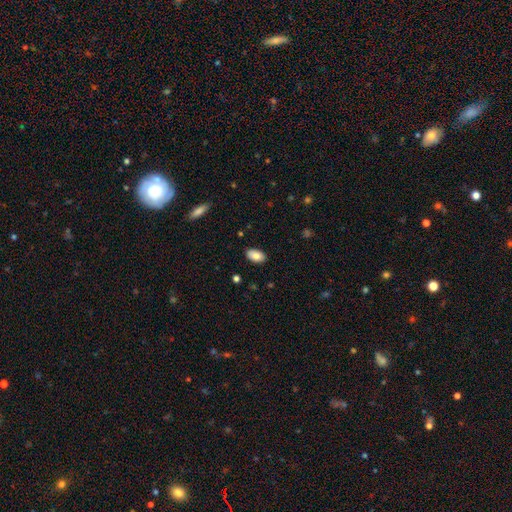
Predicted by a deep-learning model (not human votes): smooth_or_featured: smooth (p=0.84) [alt: featured or disk p=0.09]
how_rounded: in between (p=0.94) [alt: round p=0.04]
merging: none (p=0.87) [alt: minor disturbance p=0.10]